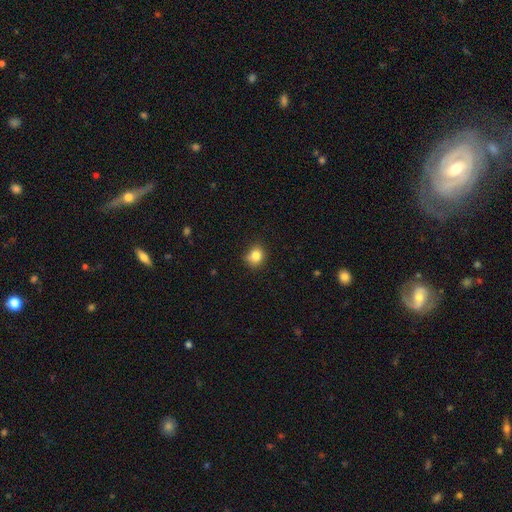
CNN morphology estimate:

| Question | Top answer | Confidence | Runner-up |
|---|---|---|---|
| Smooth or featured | smooth | 83% | star or artifact (11%) |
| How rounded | round | 73% | in between (26%) |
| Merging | none | 79% | minor disturbance (16%) |